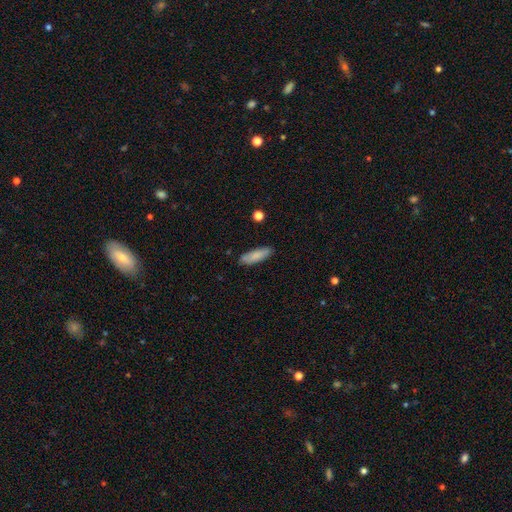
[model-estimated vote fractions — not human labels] This is clearly a smooth galaxy (83%). How rounded: possibly cigar-shaped (51%). Merging: clearly none (84%).